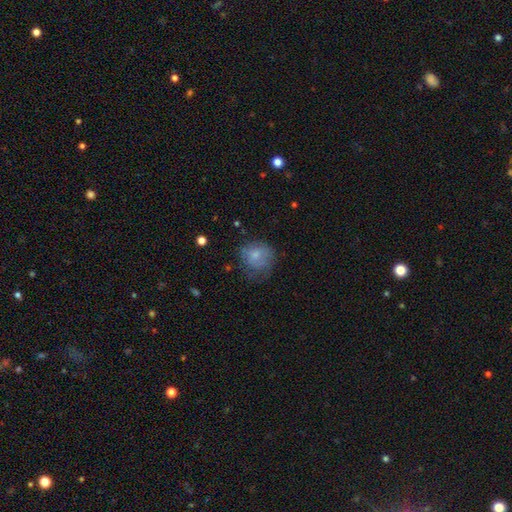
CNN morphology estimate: smooth_or_featured: smooth (p=0.68) [alt: featured or disk p=0.23]
how_rounded: round (p=0.78) [alt: in between p=0.21]
merging: none (p=0.51) [alt: minor disturbance p=0.28]